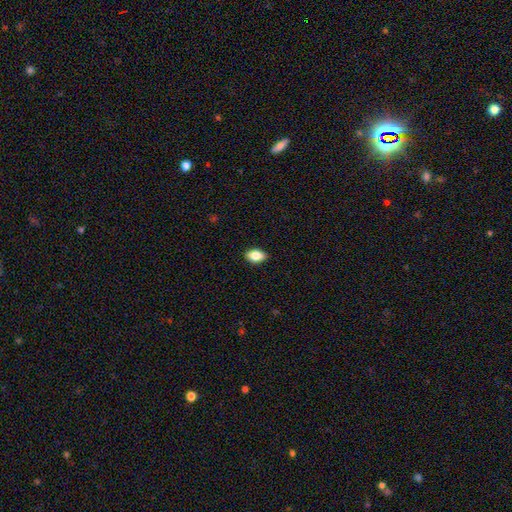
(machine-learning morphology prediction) type=smooth (79%); roundness=in between (86%); merging=none (87%).